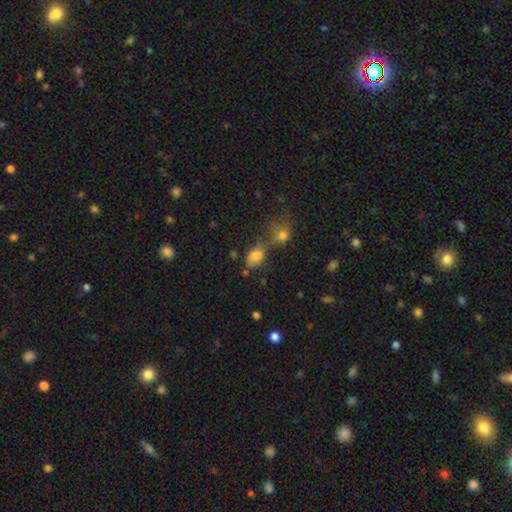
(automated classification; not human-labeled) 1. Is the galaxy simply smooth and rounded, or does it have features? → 79% smooth, 11% star or artifact, 9% featured or disk.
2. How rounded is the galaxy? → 78% in between, 20% round, 2% cigar-shaped.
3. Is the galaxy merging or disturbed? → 44% none, 32% merger, 16% minor disturbance, 8% major disturbance.